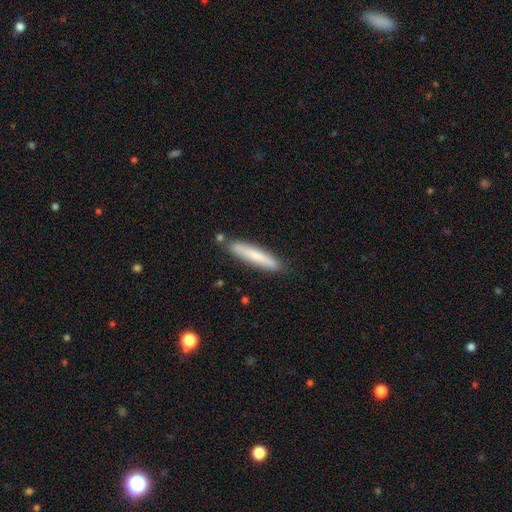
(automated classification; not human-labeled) smooth-or-featured: smooth: 69% | featured or disk: 25% | star or artifact: 6%
  how-rounded: cigar-shaped: 92% | in between: 7% | round: 1%
  merging: none: 84% | minor disturbance: 10% | merger: 3% | major disturbance: 2%